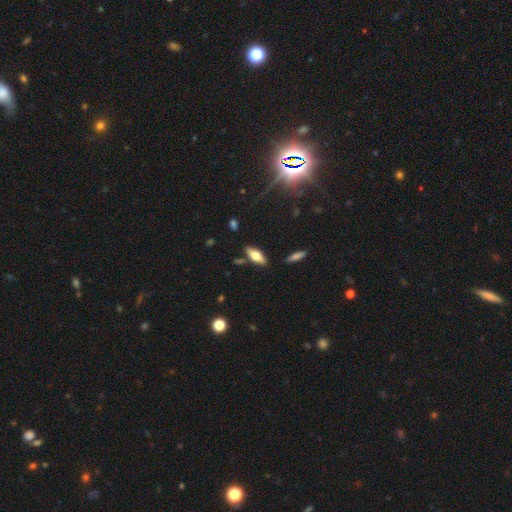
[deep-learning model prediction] A smooth galaxy with no disk features (56%) that is in between round and cigar-shaped (71%). Merging: none (82%).